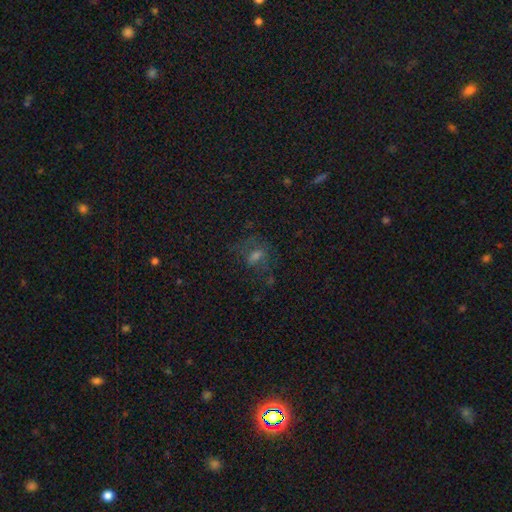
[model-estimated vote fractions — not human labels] A smooth galaxy with no disk features (37%). Merging: none (56%).